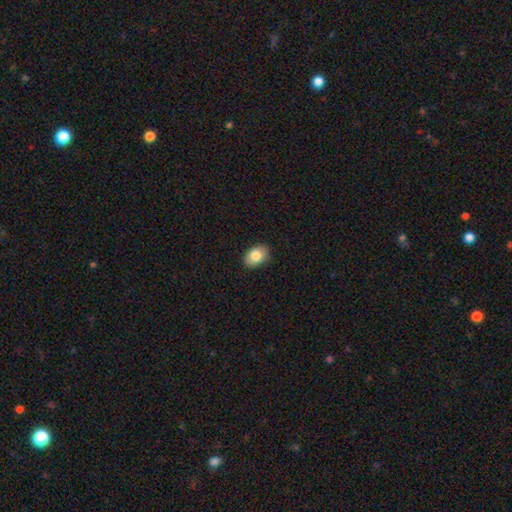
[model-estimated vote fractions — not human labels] The model was most divided on "how rounded": in between: 80%, round: 19%, cigar-shaped: 1%. More confident: merging — none (88%); smooth or featured — smooth (84%).